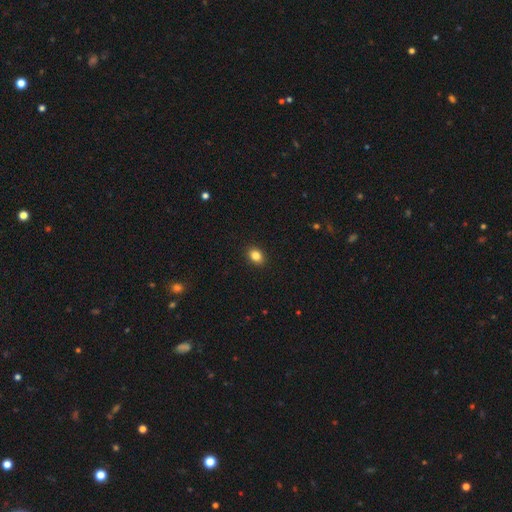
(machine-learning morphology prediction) Smooth or featured: smooth — 84% (star or artifact — 10%)
How rounded: in between — 66% (round — 33%)
Merging: none — 91% (minor disturbance — 7%)